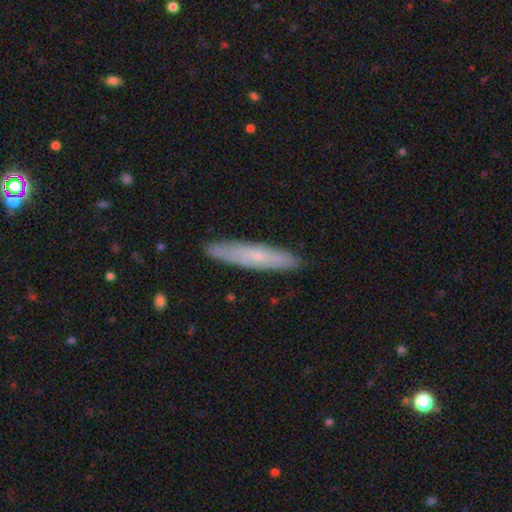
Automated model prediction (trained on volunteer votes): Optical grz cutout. It shows a smooth galaxy with no disk features (53%) that is cigar-shaped (88%). Merging: none (86%).